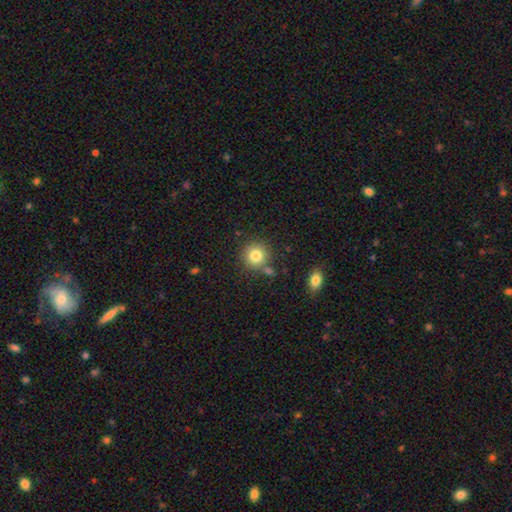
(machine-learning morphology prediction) Q: Smooth or featured?
A: smooth (81%); runner-up: star or artifact (11%)
Q: How rounded?
A: round (92%); runner-up: in between (7%)
Q: Merging?
A: none (77%); runner-up: minor disturbance (10%)